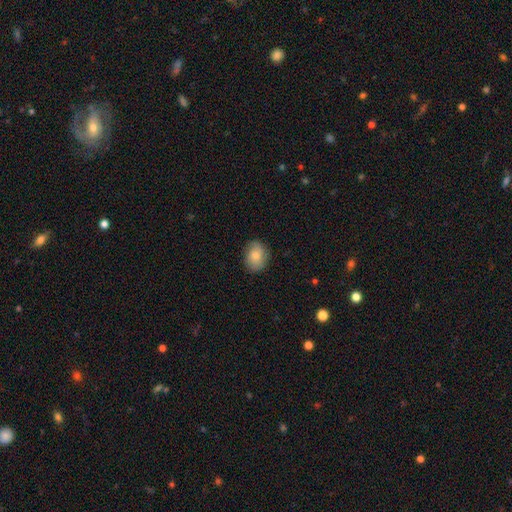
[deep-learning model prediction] Q: Smooth or featured?
A: smooth (77%); runner-up: featured or disk (16%)
Q: How rounded?
A: in between (60%); runner-up: round (39%)
Q: Merging?
A: none (80%); runner-up: minor disturbance (16%)